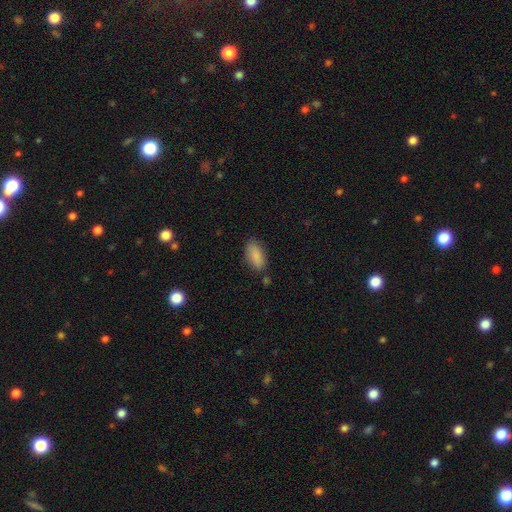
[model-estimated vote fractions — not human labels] Smooth or featured? smooth (87%)
How rounded? in between (87%)
Merging? none (78%)